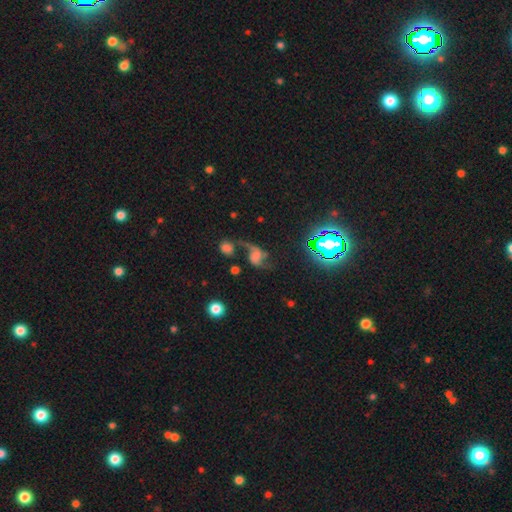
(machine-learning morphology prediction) Smooth or featured?
  - featured or disk: 65% *
  - smooth: 18%
  - star or artifact: 16%
Edge-on disk?
  - no: 96% *
  - yes: 4%
Bar?
  - no: 60% *
  - weak: 27%
  - strong: 13%
Spiral arms?
  - yes: 89% *
  - no: 11%
Spiral winding?
  - loose: 84% *
  - medium: 13%
  - tight: 3%
Spiral arm count?
  - 2: 84% *
  - 1: 10%
  - can't tell: 2%
  - 3: 1%
  - 4: 1%
  - more than 4: 1%
Bulge size?
  - none: 49% *
  - small: 15%
  - large: 14%
  - moderate: 12%
  - dominant: 10%
Merging?
  - none: 40% *
  - major disturbance: 28%
  - minor disturbance: 18%
  - merger: 13%